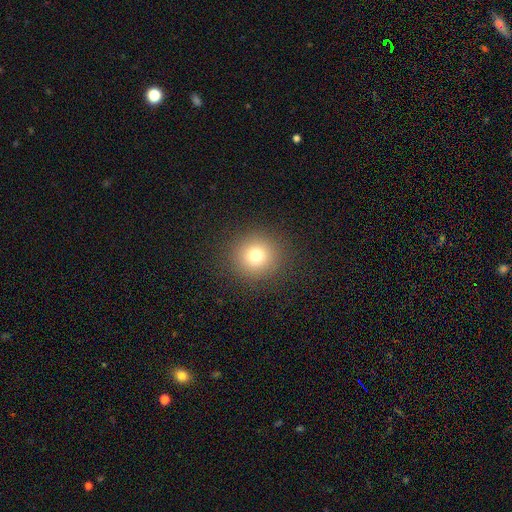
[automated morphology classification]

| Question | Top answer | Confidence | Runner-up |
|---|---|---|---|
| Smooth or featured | smooth | 77% | star or artifact (15%) |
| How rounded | round | 93% | in between (6%) |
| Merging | none | 91% | minor disturbance (6%) |